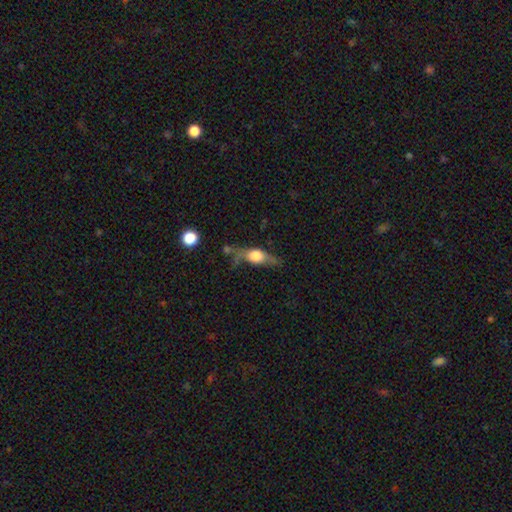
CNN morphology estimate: featured or disk 51%, smooth 40%, star or artifact 9%. Down the decision tree: edge-on disk — yes (79%); merging — none (48%).